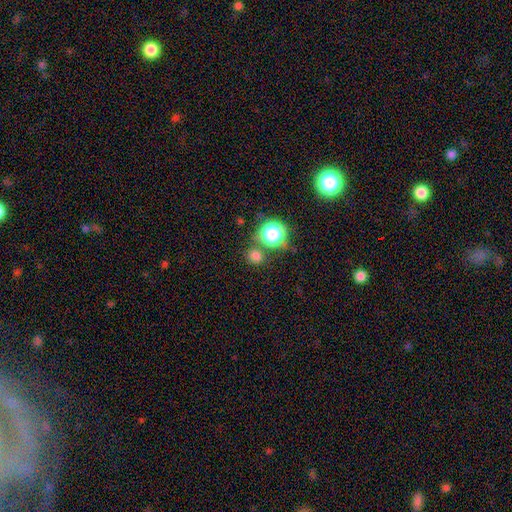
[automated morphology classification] A smooth galaxy with no disk features (73%) that is round (88%). Merging: none (73%).